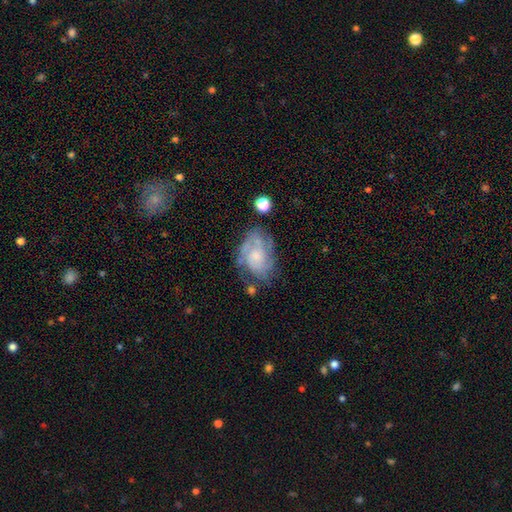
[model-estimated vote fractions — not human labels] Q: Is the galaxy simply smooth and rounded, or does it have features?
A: featured or disk — 73%.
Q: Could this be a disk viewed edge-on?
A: no — 97%.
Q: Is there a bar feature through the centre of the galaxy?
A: no — 75%.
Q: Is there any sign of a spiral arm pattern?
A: yes — 85%.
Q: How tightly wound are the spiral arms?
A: tight — 54%.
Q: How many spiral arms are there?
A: can't tell — 41%.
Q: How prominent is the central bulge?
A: small — 48%.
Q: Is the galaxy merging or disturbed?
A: none — 59%.